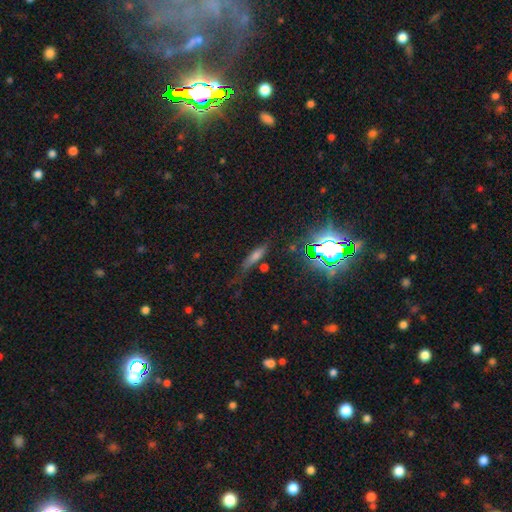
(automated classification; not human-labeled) smooth_or_featured: smooth (p=0.53) [alt: featured or disk p=0.24]
how_rounded: cigar-shaped (p=0.72) [alt: in between p=0.23]
merging: none (p=0.67) [alt: minor disturbance p=0.20]